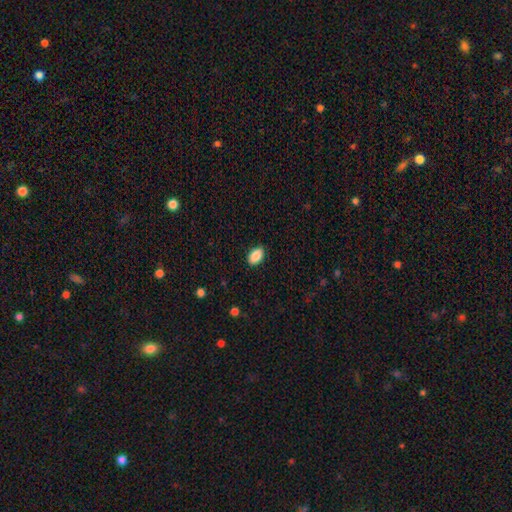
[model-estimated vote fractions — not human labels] smooth_or_featured: smooth (p=0.89) [alt: star or artifact p=0.07]
how_rounded: in between (p=0.91) [alt: round p=0.07]
merging: none (p=0.87) [alt: minor disturbance p=0.10]